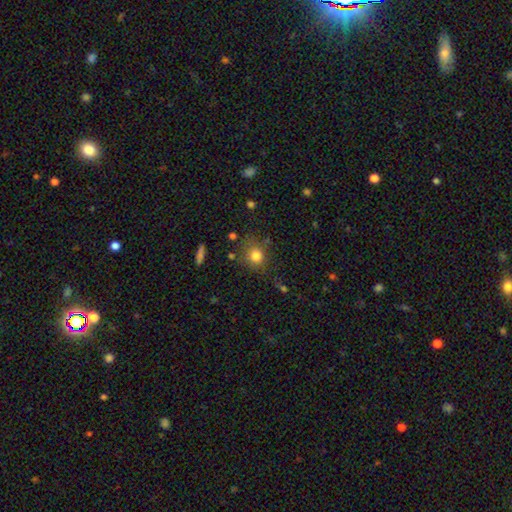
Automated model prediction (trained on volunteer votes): Overall: smooth (79%). How rounded: round (77%). Merging: none (72%).